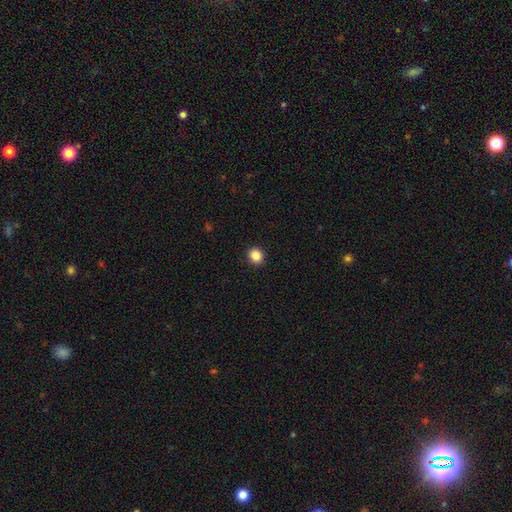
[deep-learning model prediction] The model was most divided on "how rounded": round: 76%, in between: 23%, cigar-shaped: 1%. More confident: merging — none (92%); smooth or featured — smooth (87%).